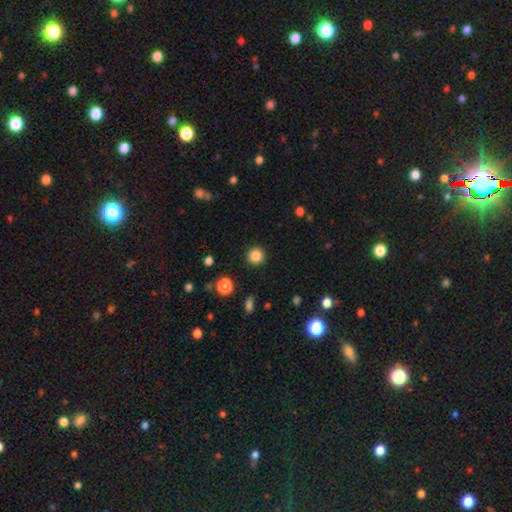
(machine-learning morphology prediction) A smooth galaxy with no disk features (85%) that is round (94%).

Vote fractions:
- Smooth or featured? smooth: 85% / star or artifact: 11% / featured or disk: 4%
- How rounded? round: 94% / in between: 5% / cigar-shaped: 1%
- Merging? none: 91% / minor disturbance: 5% / major disturbance: 2% / merger: 1%